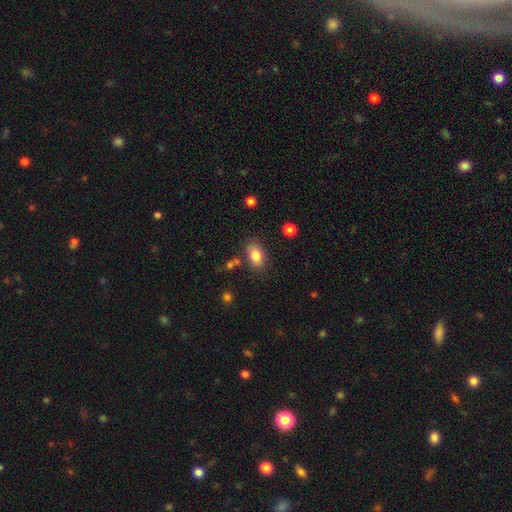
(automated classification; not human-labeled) smooth 83%, star or artifact 9%, featured or disk 8%. Down the decision tree: how rounded — in between (87%); merging — none (78%).